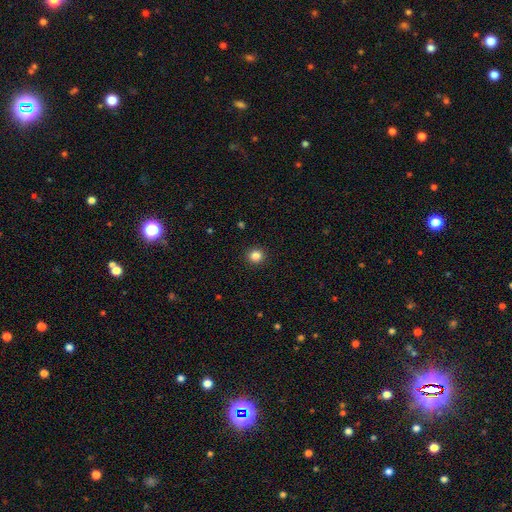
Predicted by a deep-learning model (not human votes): A smooth galaxy with no disk features (84%) that is round (91%). Merging: none (93%).